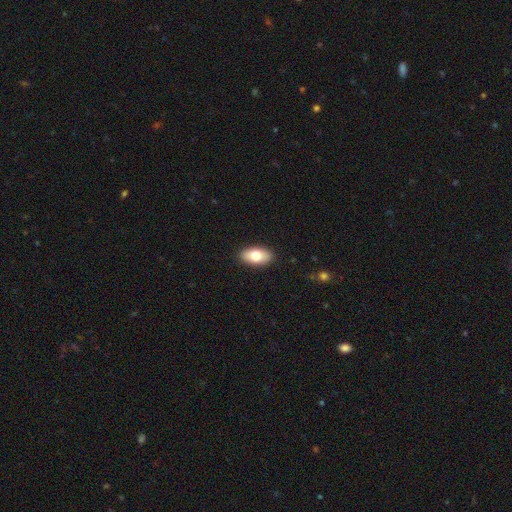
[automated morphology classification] Smooth or featured? Predicted: smooth (p=0.75). How rounded? Predicted: in between (p=0.92). Merging? Predicted: none (p=0.90).